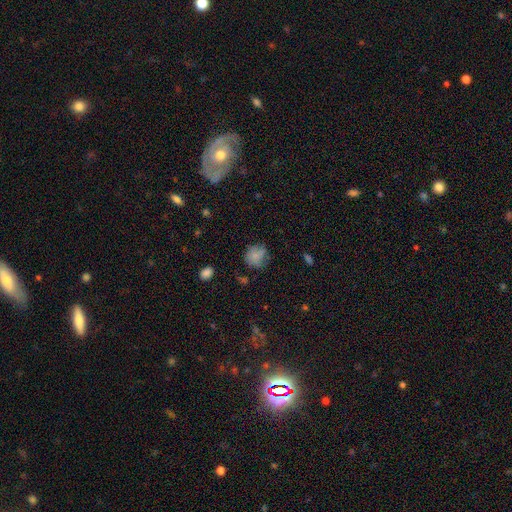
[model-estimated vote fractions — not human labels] Morphology: type=smooth (76%); roundness=round (76%); merging=none (60%).